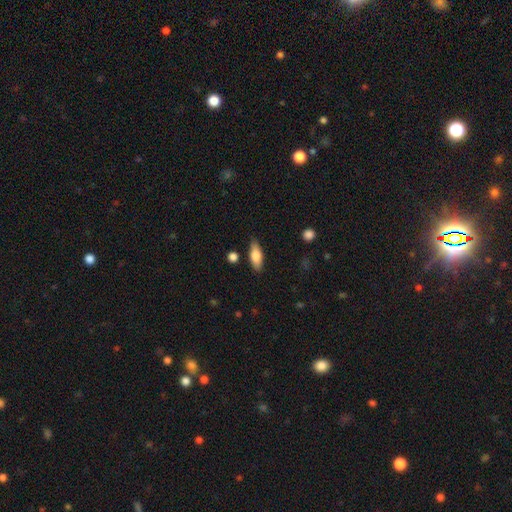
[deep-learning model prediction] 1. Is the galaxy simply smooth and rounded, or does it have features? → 78% smooth, 16% featured or disk, 6% star or artifact.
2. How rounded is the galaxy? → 72% in between, 26% cigar-shaped, 2% round.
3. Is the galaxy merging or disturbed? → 83% none, 12% minor disturbance, 3% major disturbance, 2% merger.